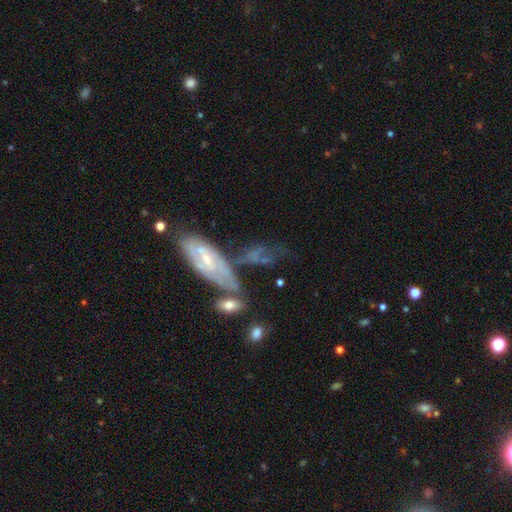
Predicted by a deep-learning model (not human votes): Morphology: type=featured or disk (63%); edge-on=no (82%); bar=no (63%); spiral arms=yes (59%); bulge=small (55%); merging=none (32%).